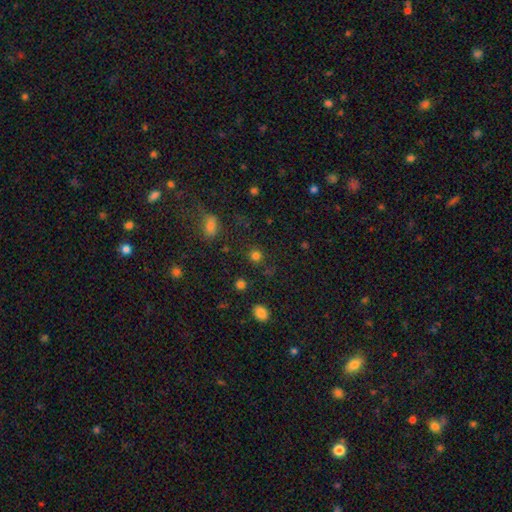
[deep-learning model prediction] smooth 77%, star or artifact 18%, featured or disk 5%. Down the decision tree: how rounded — round (88%); merging — none (84%).